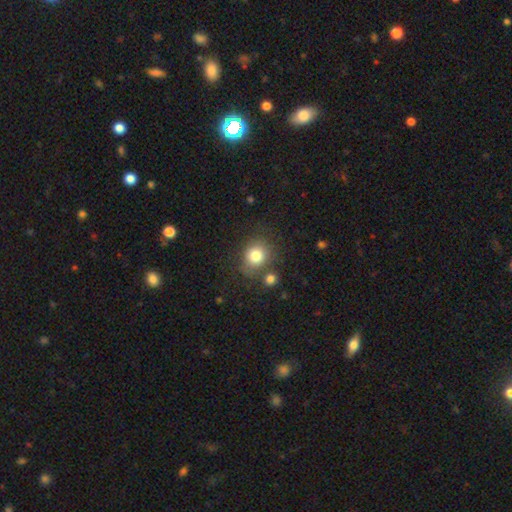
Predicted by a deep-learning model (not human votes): smooth_or_featured: smooth (p=0.81) [alt: star or artifact p=0.11]
how_rounded: round (p=0.79) [alt: in between p=0.20]
merging: none (p=0.69) [alt: minor disturbance p=0.14]